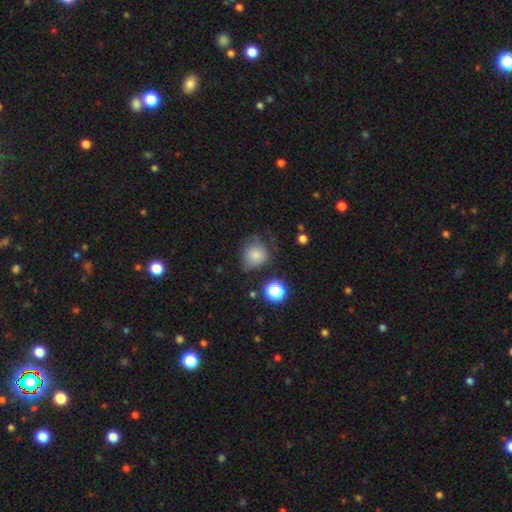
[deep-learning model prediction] This is likely a smooth galaxy (77%). How rounded: likely round (75%). Merging: possibly none (51%).